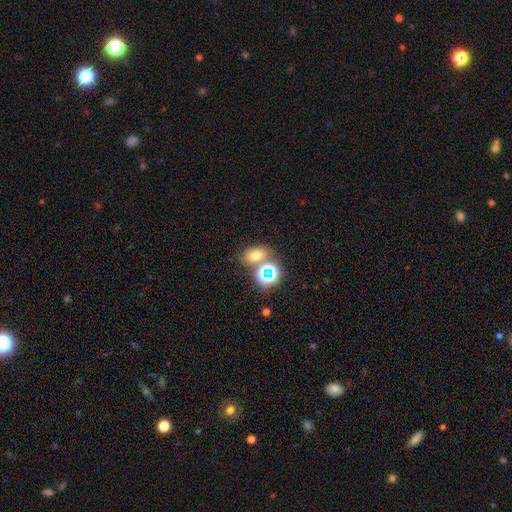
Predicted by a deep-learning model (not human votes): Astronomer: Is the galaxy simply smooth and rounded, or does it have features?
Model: smooth — 61%.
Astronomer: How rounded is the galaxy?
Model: in between — 66%.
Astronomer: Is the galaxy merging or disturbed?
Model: none — 60%.